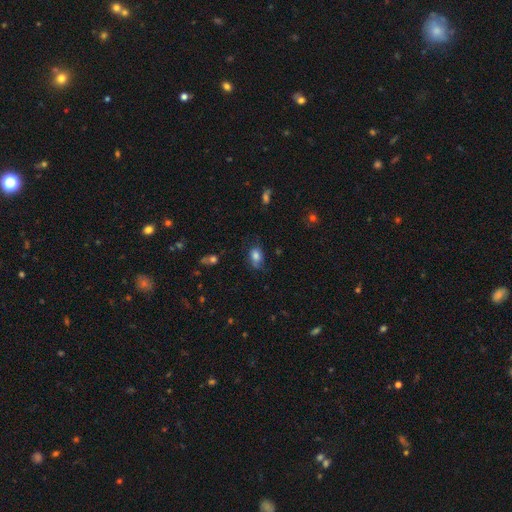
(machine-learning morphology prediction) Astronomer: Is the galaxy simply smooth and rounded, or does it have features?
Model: smooth — 76%.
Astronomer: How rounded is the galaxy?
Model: in between — 72%.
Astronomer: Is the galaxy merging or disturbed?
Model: none — 53% (runner-up: minor disturbance, 31%).